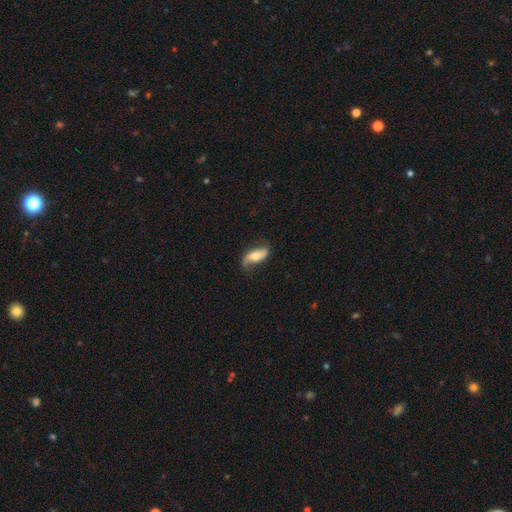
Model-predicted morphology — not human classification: A featured or disk galaxy (64%) with no bar (52%), 2 (86%) loose (77%) spiral arms (90%) and a moderate central bulge (56%).

Vote fractions:
- Smooth or featured? featured or disk: 64% / smooth: 29% / star or artifact: 7%
- Edge-on disk? no: 88% / yes: 12%
- Bar? no: 52% / weak: 29% / strong: 19%
- Spiral arms? yes: 90% / no: 10%
- Spiral winding? loose: 77% / medium: 17% / tight: 7%
- Spiral arm count? 2: 86% / 1: 8% / can't tell: 4% / 3: 1% / 4: 1% / more than 4: 1%
- Bulge size? moderate: 56% / small: 23% / large: 14% / none: 4% / dominant: 3%
- Merging? none: 68% / minor disturbance: 21% / major disturbance: 9% / merger: 2%